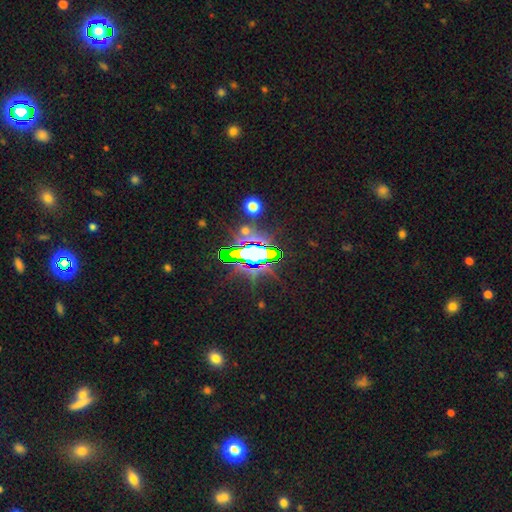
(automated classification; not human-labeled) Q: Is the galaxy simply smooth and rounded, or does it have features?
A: star or artifact — 74%.